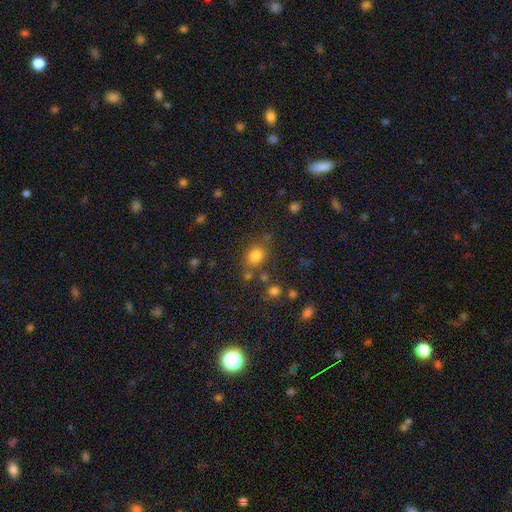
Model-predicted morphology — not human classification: This is likely a smooth galaxy (79%). How rounded: likely round (68%). Merging: likely none (70%).